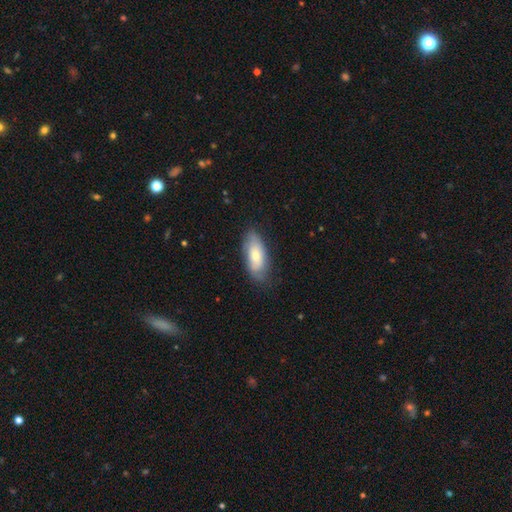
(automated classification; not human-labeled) smooth 66%, featured or disk 28%, star or artifact 6%. Down the decision tree: how rounded — in between (86%); merging — none (73%).